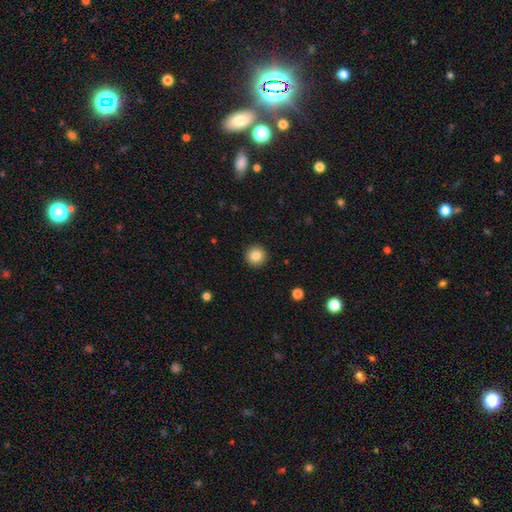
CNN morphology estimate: Q: Smooth or featured?
A: smooth (85%); runner-up: star or artifact (9%)
Q: How rounded?
A: round (95%); runner-up: in between (4%)
Q: Merging?
A: none (93%); runner-up: minor disturbance (5%)